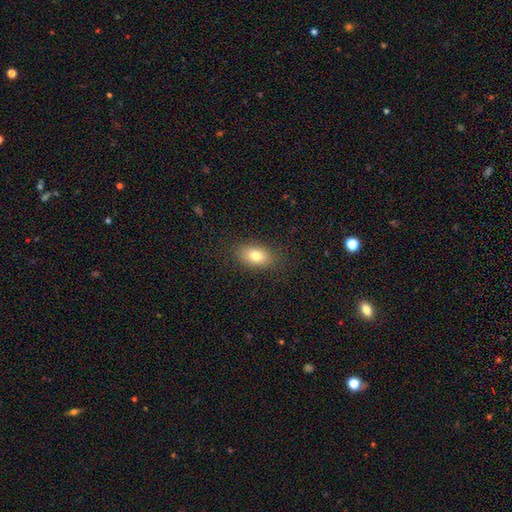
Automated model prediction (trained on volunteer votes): A smooth galaxy with no disk features (79%) that is in between round and cigar-shaped (87%).

Vote fractions:
- Smooth or featured? smooth: 79% / featured or disk: 12% / star or artifact: 9%
- How rounded? in between: 87% / round: 11% / cigar-shaped: 2%
- Merging? none: 85% / minor disturbance: 10% / major disturbance: 4% / merger: 1%